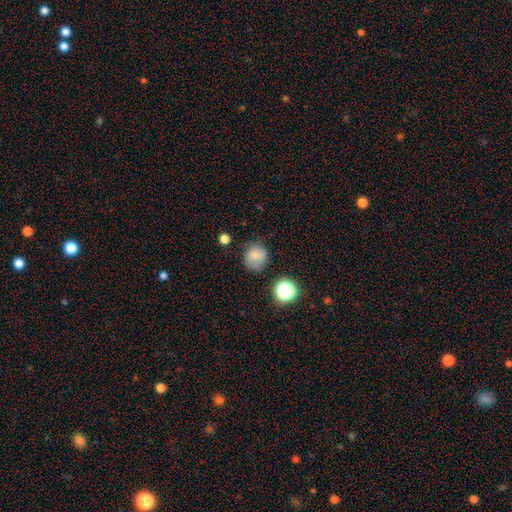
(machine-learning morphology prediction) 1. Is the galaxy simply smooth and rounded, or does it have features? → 75% smooth, 13% star or artifact, 12% featured or disk.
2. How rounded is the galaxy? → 78% round, 22% in between, 1% cigar-shaped.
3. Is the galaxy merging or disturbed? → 70% none, 20% minor disturbance, 7% major disturbance, 3% merger.